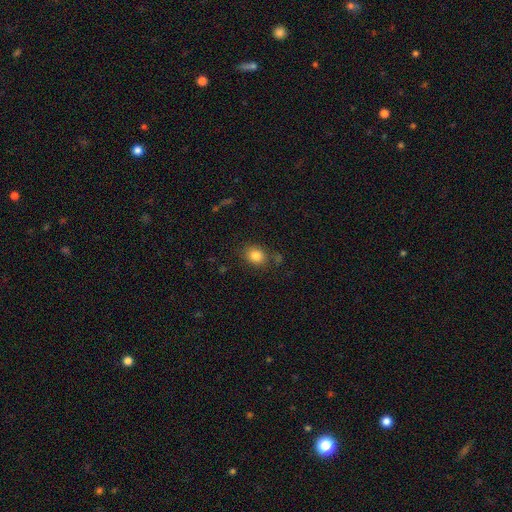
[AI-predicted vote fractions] smooth 84%, star or artifact 10%, featured or disk 6%. Down the decision tree: how rounded — round (56%); merging — none (79%).